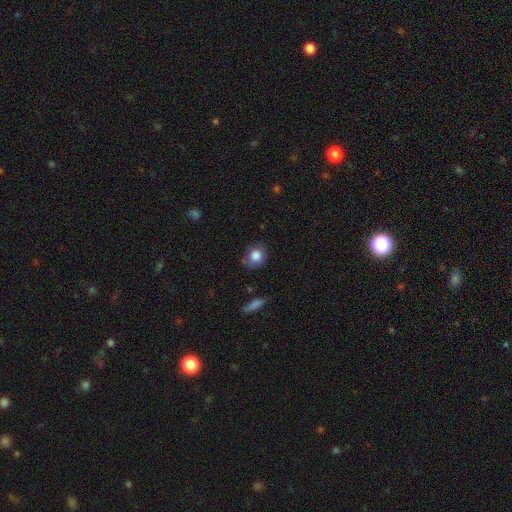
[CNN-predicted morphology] This is clearly a smooth galaxy (84%). How rounded: likely round (77%). Merging: likely none (66%).